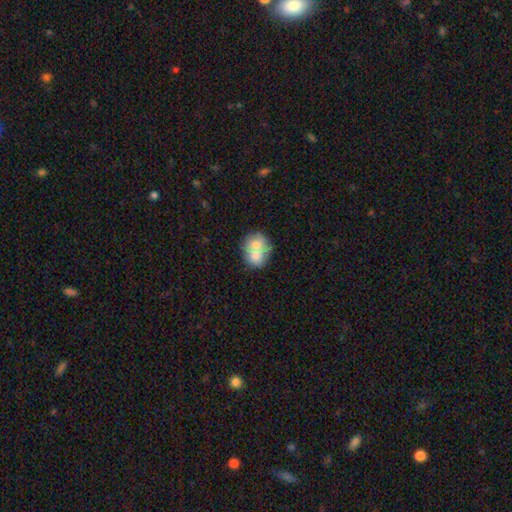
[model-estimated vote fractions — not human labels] Smooth or featured?
  - smooth: 68% *
  - featured or disk: 25%
  - star or artifact: 7%
How rounded?
  - round: 64% *
  - in between: 35%
  - cigar-shaped: 1%
Merging?
  - merger: 65% *
  - none: 24%
  - minor disturbance: 8%
  - major disturbance: 3%